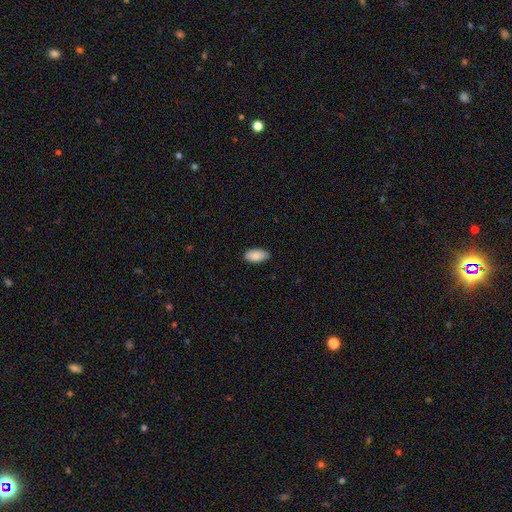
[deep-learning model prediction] Morphology: type=smooth (88%); roundness=in between (94%); merging=none (85%).